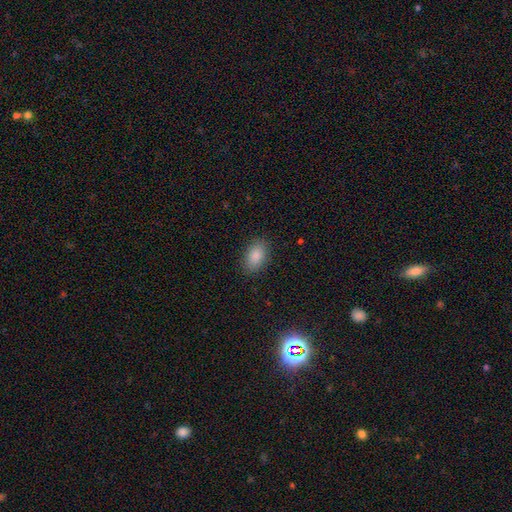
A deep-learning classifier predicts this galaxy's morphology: This appears to be a smooth galaxy with no disk features (88%) that is in between round and cigar-shaped (90%). Merging: none (87%).